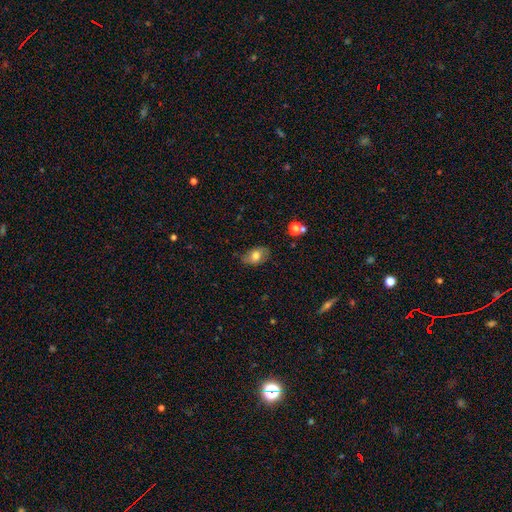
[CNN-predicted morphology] A smooth galaxy with no disk features (68%) that is in between round and cigar-shaped (87%). Merging: none (74%).